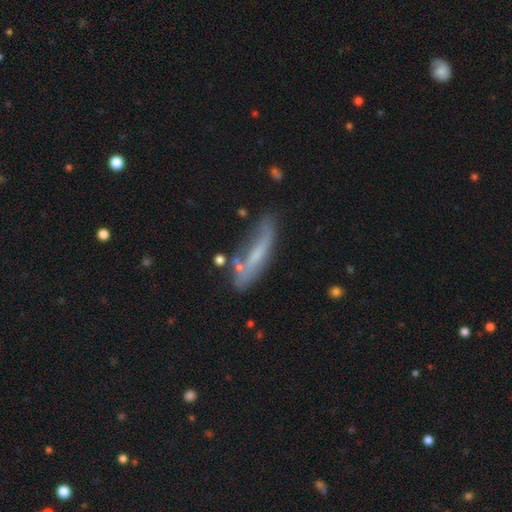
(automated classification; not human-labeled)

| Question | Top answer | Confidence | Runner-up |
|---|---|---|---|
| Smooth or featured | featured or disk | 46% | smooth (45%) |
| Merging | none | 50% | minor disturbance (27%) |